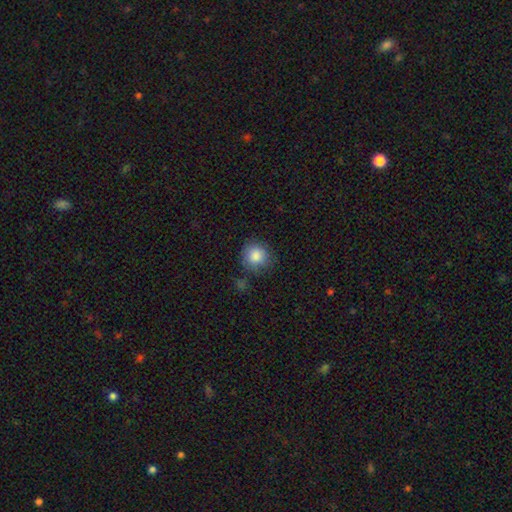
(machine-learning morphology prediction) The model was most divided on "merging": none: 74%, minor disturbance: 17%, major disturbance: 5%, merger: 4%. More confident: how rounded — round (89%); smooth or featured — smooth (86%).